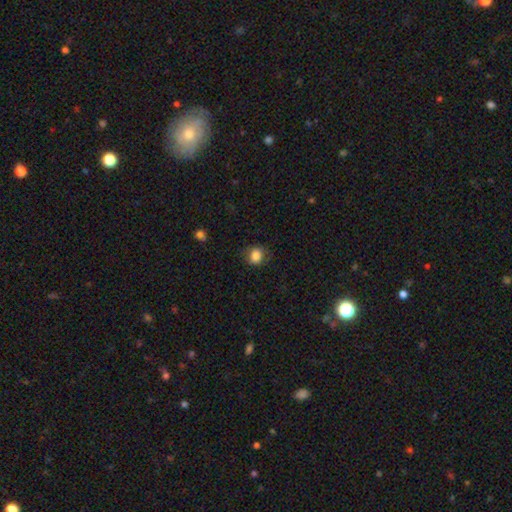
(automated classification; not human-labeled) Overall: smooth (83%). How rounded: round (66%; in between 33%). Merging: none (75%).